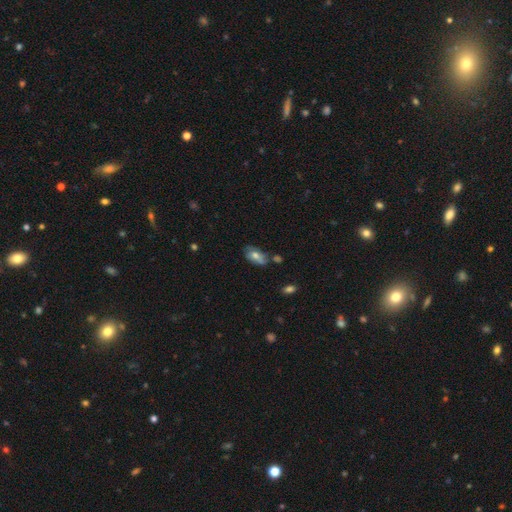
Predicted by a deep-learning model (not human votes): Smooth or featured? Predicted: smooth (p=0.61). How rounded? Predicted: in between (p=0.89). Merging? Predicted: none (p=0.53).